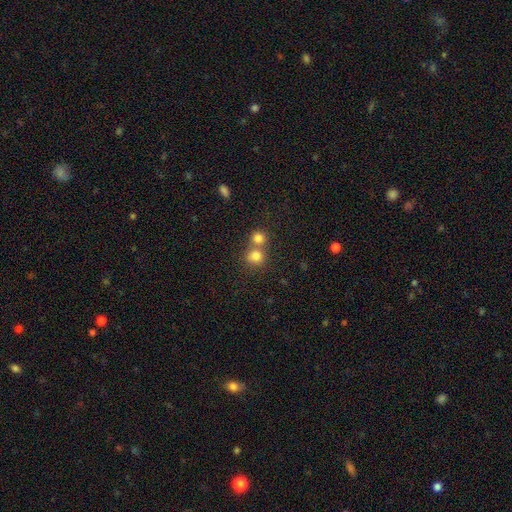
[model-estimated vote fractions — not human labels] Q: Smooth or featured?
A: smooth (80%); runner-up: star or artifact (13%)
Q: How rounded?
A: round (88%); runner-up: in between (11%)
Q: Merging?
A: none (49%); runner-up: merger (43%)